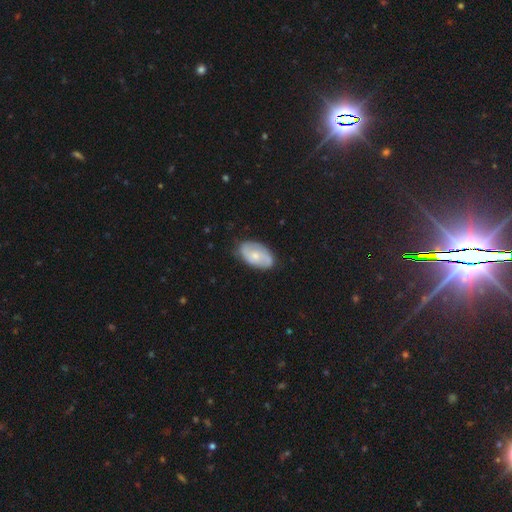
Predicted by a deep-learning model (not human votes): A featured or disk galaxy (48%).

Vote fractions:
- Smooth or featured? featured or disk: 48% / smooth: 46% / star or artifact: 6%
- Merging? none: 77% / minor disturbance: 18% / major disturbance: 4% / merger: 1%